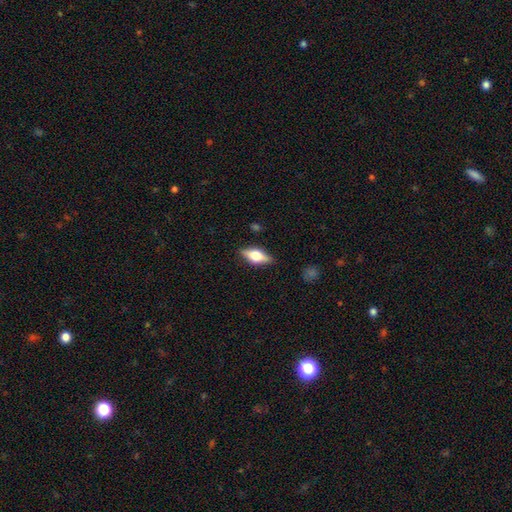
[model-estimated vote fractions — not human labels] Q: Smooth or featured?
A: featured or disk (46%); tied with: smooth (46%)
Q: Merging?
A: none (86%); runner-up: minor disturbance (11%)